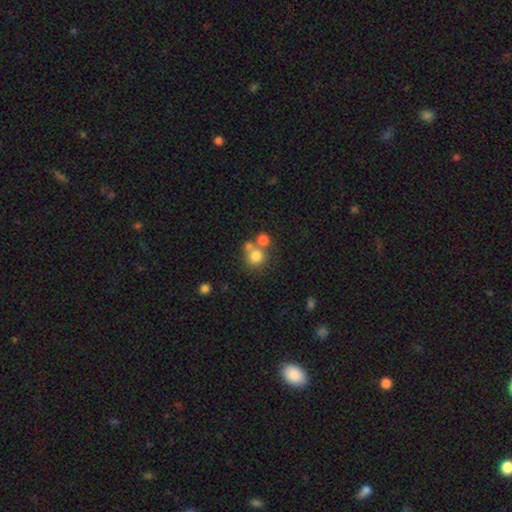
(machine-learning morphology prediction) smooth-or-featured: smooth: 75% | star or artifact: 13% | featured or disk: 12%
  how-rounded: round: 88% | in between: 11% | cigar-shaped: 1%
  merging: none: 51% | merger: 37% | minor disturbance: 8% | major disturbance: 4%